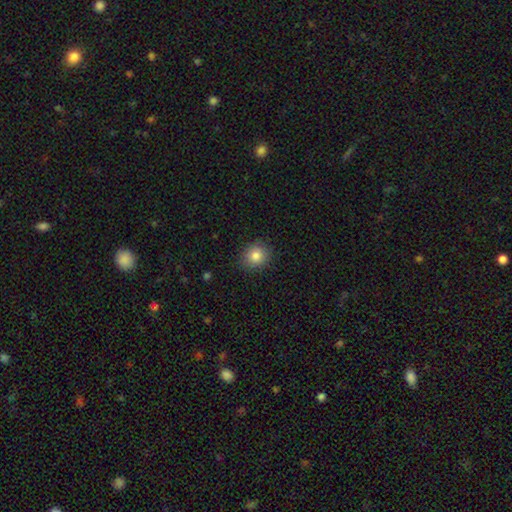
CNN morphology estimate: Smooth or featured? smooth (83%)
How rounded? round (77%)
Merging? none (88%)